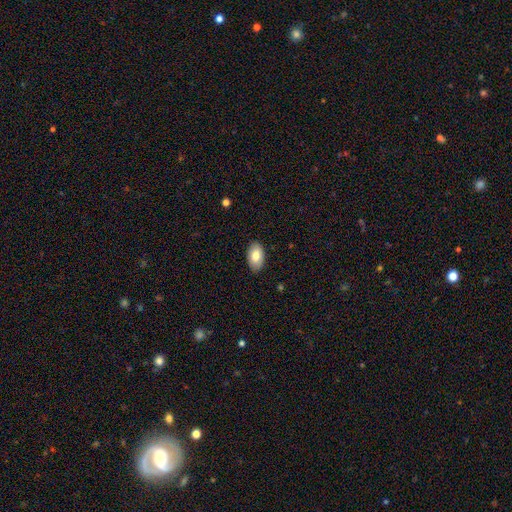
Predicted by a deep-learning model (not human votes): Q: Smooth or featured?
A: smooth (80%); runner-up: featured or disk (14%)
Q: How rounded?
A: in between (94%); runner-up: round (5%)
Q: Merging?
A: none (88%); runner-up: minor disturbance (10%)